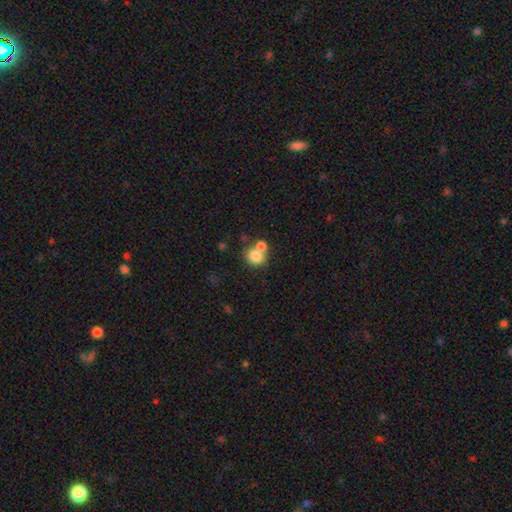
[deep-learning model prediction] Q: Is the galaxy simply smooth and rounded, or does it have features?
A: smooth — 81%.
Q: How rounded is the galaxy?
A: round — 71%.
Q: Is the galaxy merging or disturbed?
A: none — 45%.